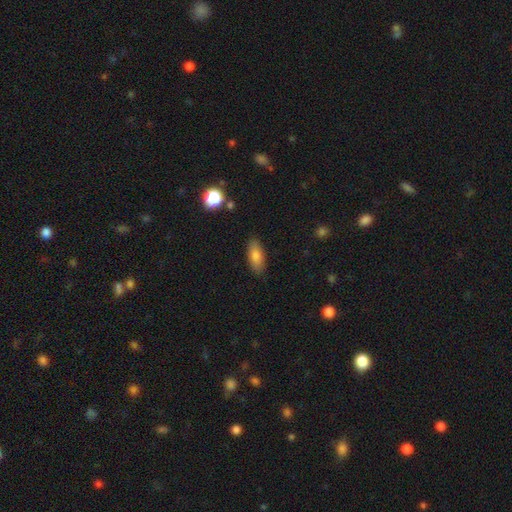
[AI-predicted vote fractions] A smooth galaxy with no disk features (79%) that is in between round and cigar-shaped (80%).

Vote fractions:
- Smooth or featured? smooth: 79% / featured or disk: 13% / star or artifact: 8%
- How rounded? in between: 80% / cigar-shaped: 16% / round: 3%
- Merging? none: 87% / minor disturbance: 10% / major disturbance: 2% / merger: 1%